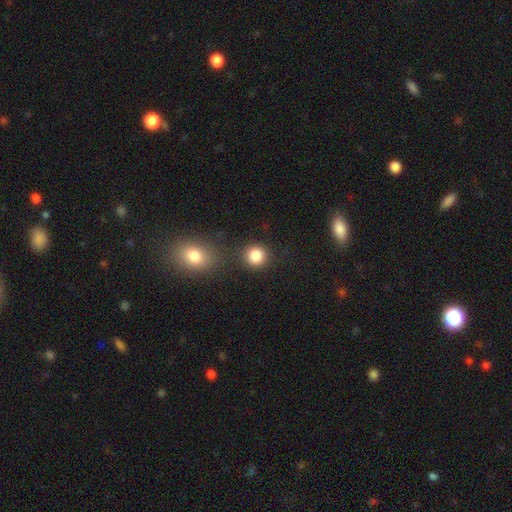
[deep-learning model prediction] Smooth or featured: smooth — 85% (star or artifact — 11%)
How rounded: round — 91% (in between — 8%)
Merging: none — 80% (minor disturbance — 9%)